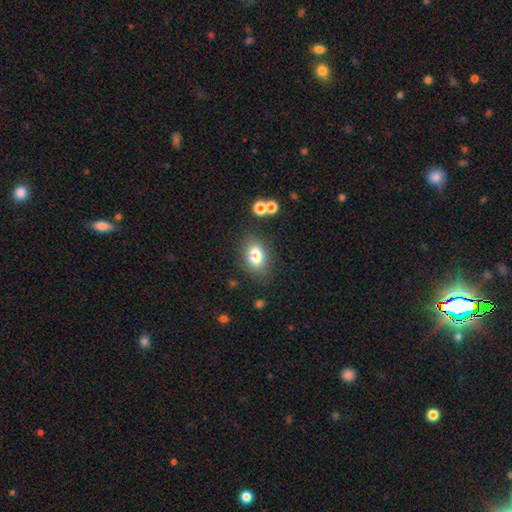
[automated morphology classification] A smooth galaxy with no disk features (79%) that is in between round and cigar-shaped (84%).

Vote fractions:
- Smooth or featured? smooth: 79% / featured or disk: 11% / star or artifact: 10%
- How rounded? in between: 84% / round: 14% / cigar-shaped: 2%
- Merging? none: 78% / minor disturbance: 13% / merger: 5% / major disturbance: 4%